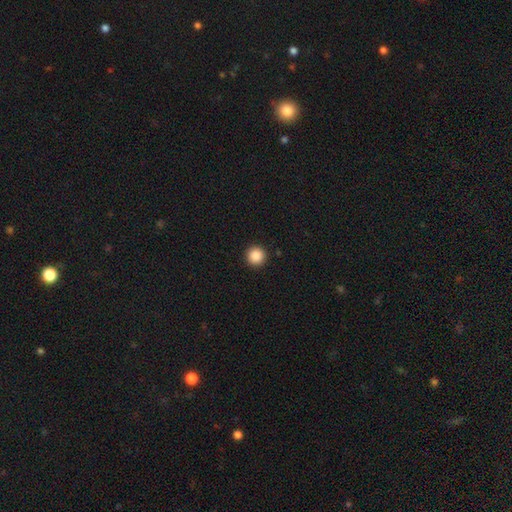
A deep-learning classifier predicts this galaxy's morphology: Overall: smooth (88%). How rounded: round (96%). Merging: none (93%).